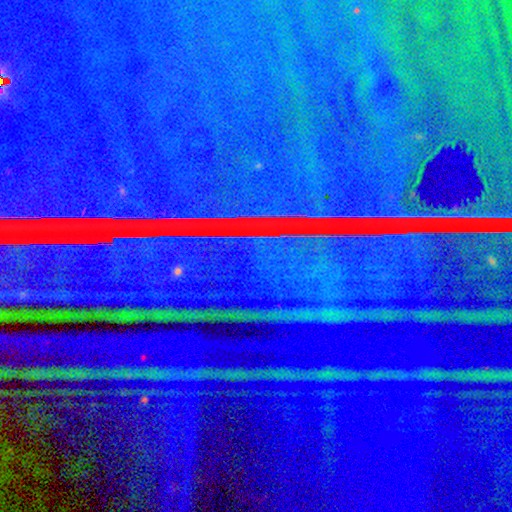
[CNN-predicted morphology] Overall: star or artifact (88%).